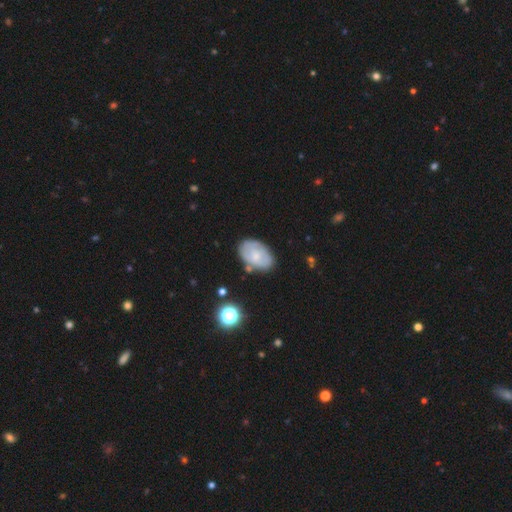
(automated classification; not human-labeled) smooth 48%, featured or disk 44%, star or artifact 8%. Down the decision tree: merging — none (70%).